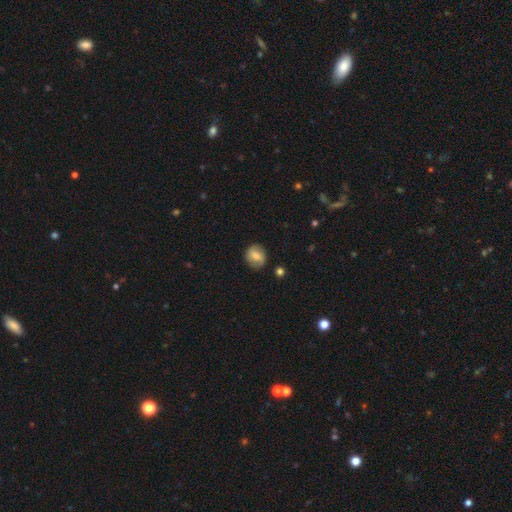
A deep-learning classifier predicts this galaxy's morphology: type=smooth (63%); roundness=round (66%); merging=none (80%).